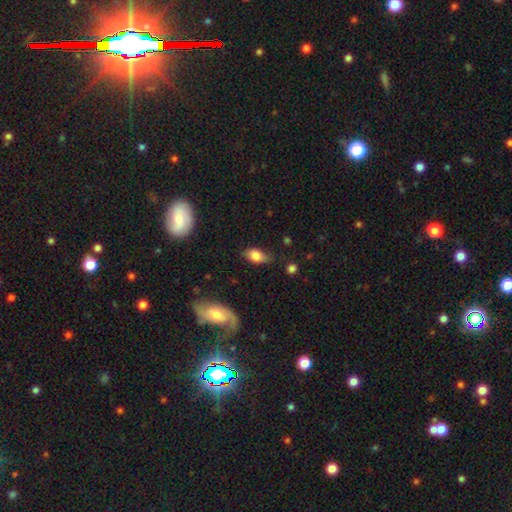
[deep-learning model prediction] Smooth or featured? smooth (77%)
How rounded? in between (88%)
Merging? none (65%)